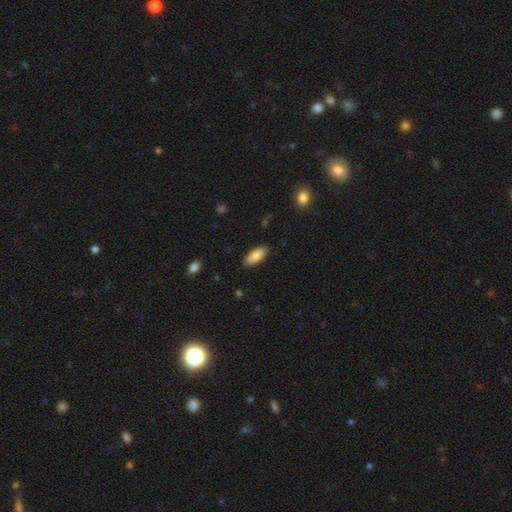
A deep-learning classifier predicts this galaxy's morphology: Overall: smooth (87%). How rounded: in between (82%). Merging: none (86%).